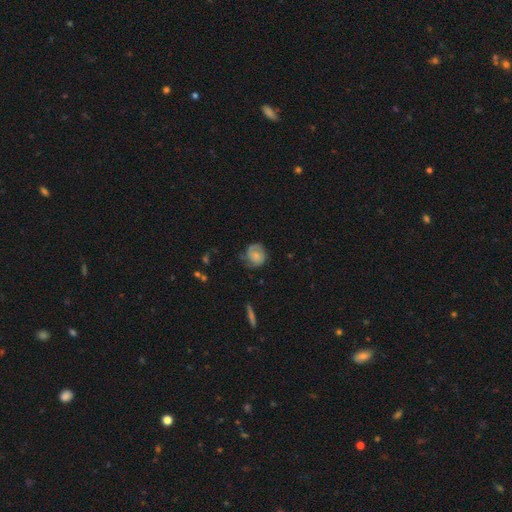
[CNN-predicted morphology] Smooth or featured? smooth (46%, tied with featured or disk)
Merging? none (60%)